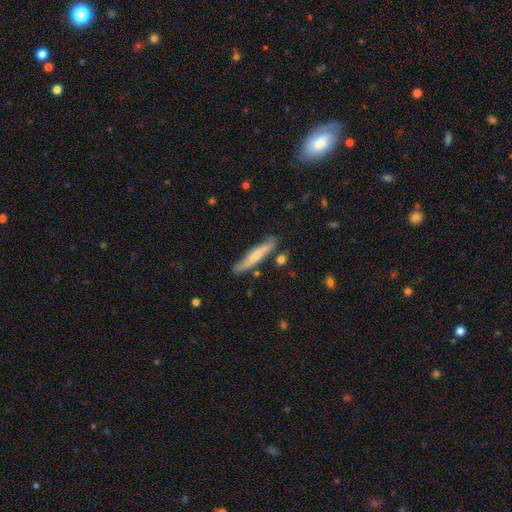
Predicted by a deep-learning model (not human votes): Q: Smooth or featured?
A: smooth (56%); runner-up: featured or disk (38%)
Q: How rounded?
A: cigar-shaped (90%); runner-up: in between (8%)
Q: Merging?
A: none (74%); runner-up: minor disturbance (18%)